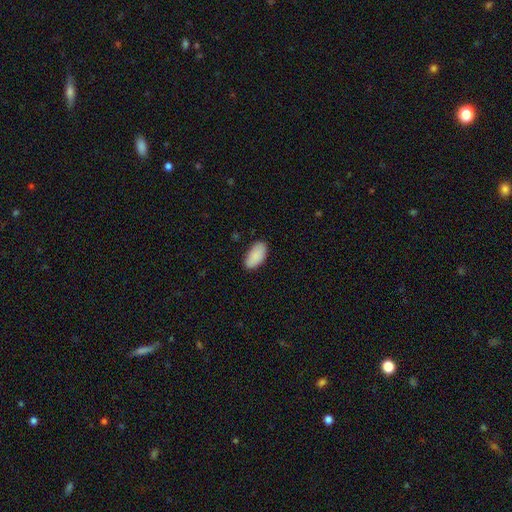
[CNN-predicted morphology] smooth 90%, star or artifact 6%, featured or disk 4%. Down the decision tree: how rounded — in between (95%); merging — none (83%).